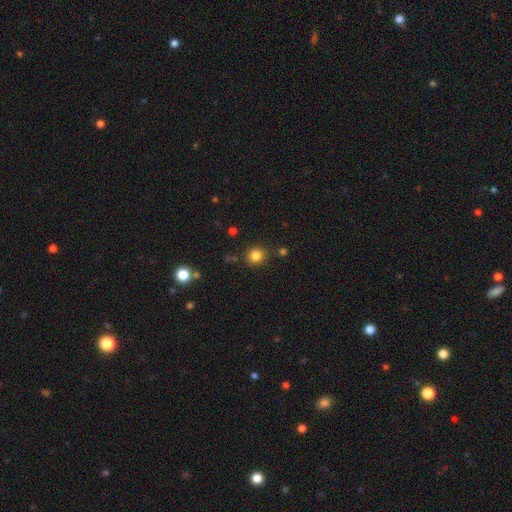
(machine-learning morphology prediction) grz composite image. It shows a smooth galaxy with no disk features (83%) that is round (87%). Merging: none (85%).